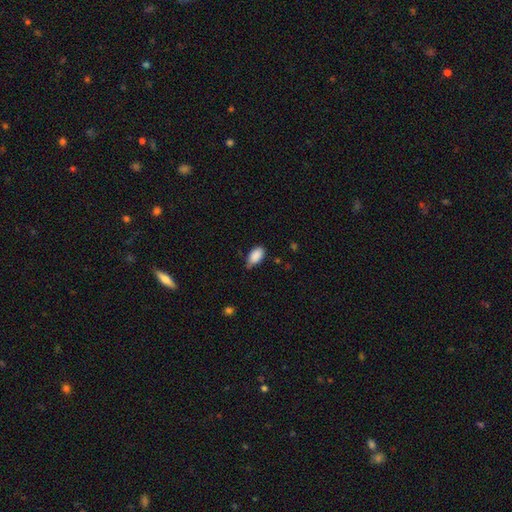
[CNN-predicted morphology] This appears to be a smooth galaxy with no disk features (89%) that is in between round and cigar-shaped (93%). Merging: none (61%).